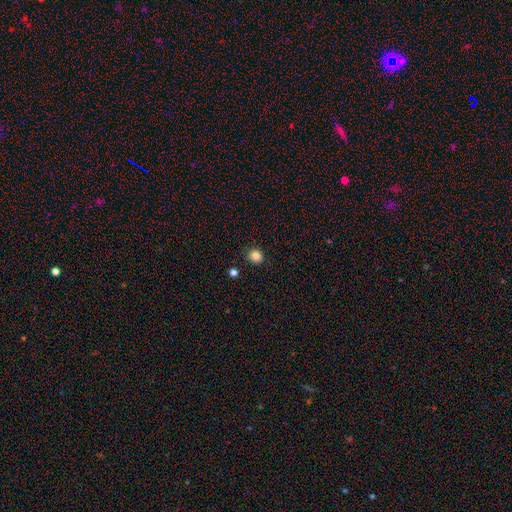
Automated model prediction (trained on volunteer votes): smooth 84%, star or artifact 12%, featured or disk 4%. Down the decision tree: how rounded — round (83%); merging — none (87%).